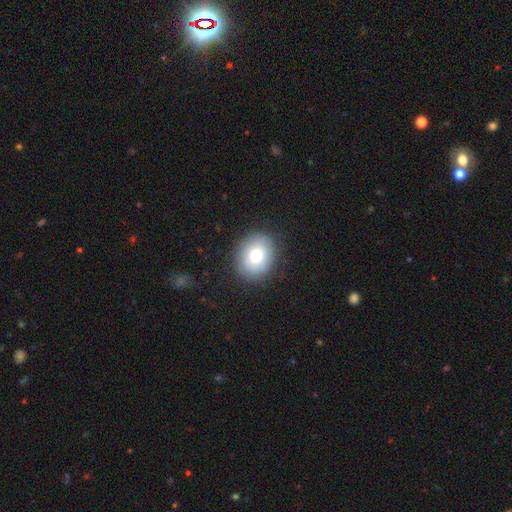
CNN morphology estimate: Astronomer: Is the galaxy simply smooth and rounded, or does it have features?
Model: smooth — 74%.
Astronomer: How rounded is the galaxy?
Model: round — 65%.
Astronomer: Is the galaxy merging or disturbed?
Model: none — 85%.